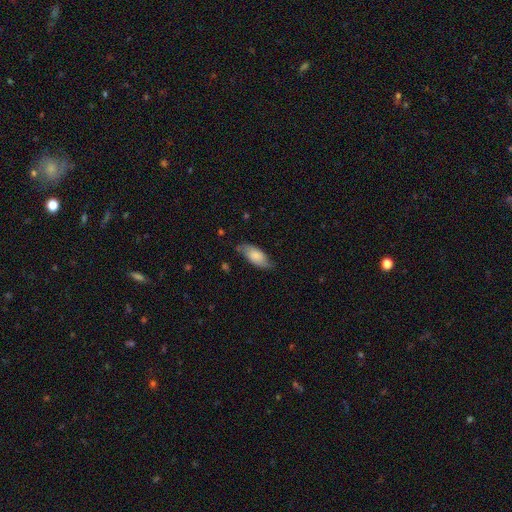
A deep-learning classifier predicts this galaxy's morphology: The model was most divided on "smooth or featured": smooth: 67%, featured or disk: 26%, star or artifact: 7%. More confident: how rounded — in between (86%); merging — none (70%).